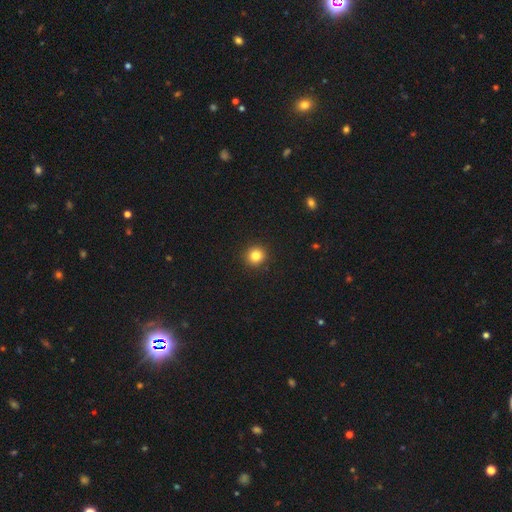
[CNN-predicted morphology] Smooth or featured? Predicted: smooth (p=0.83). How rounded? Predicted: round (p=0.94). Merging? Predicted: none (p=0.93).